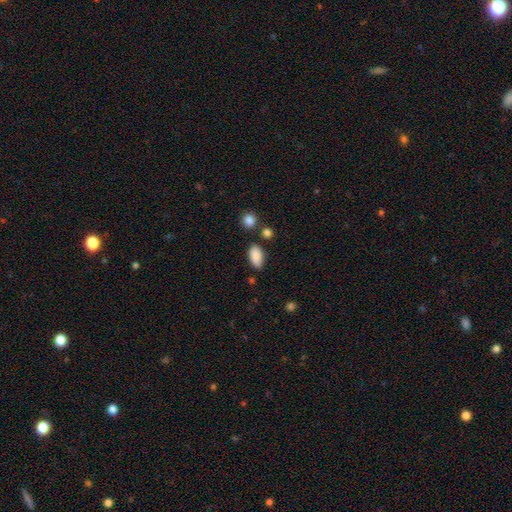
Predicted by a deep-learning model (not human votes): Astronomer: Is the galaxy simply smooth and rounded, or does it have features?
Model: smooth — 88%.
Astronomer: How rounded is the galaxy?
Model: in between — 92%.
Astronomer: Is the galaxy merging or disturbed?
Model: none — 74%.